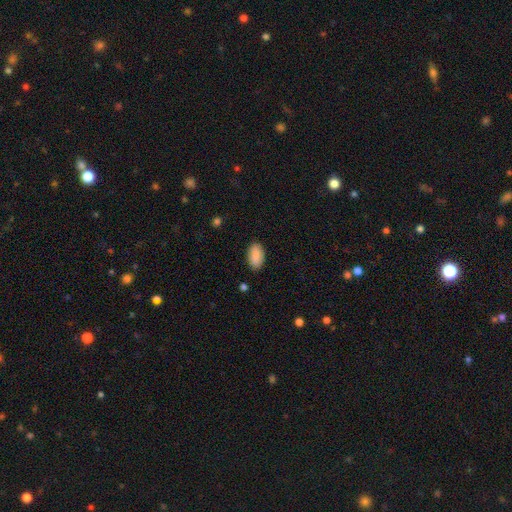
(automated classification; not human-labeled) smooth 89%, star or artifact 6%, featured or disk 5%. Down the decision tree: how rounded — in between (94%); merging — none (86%).